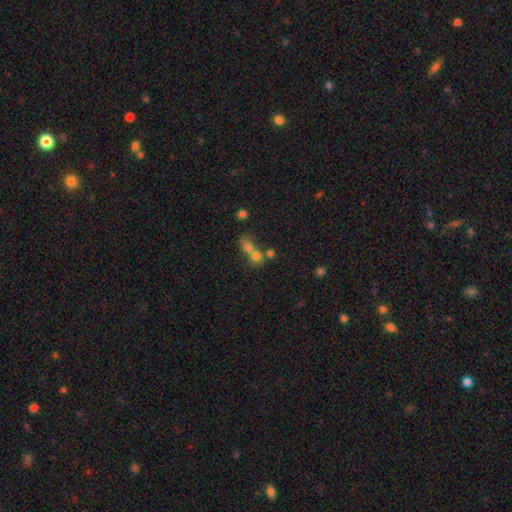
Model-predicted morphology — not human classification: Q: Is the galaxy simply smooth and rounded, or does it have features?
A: smooth — 67%.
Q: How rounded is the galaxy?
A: round — 69%.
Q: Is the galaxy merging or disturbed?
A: merger — 62%.